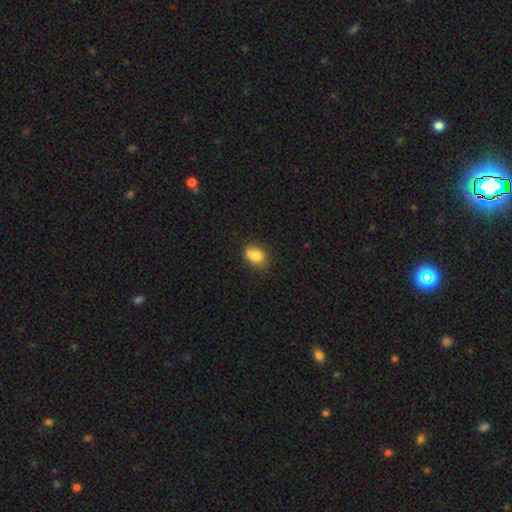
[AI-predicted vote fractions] Overall: smooth (75%). How rounded: in between (55%; round 44%). Merging: none (40%; merger 34%).